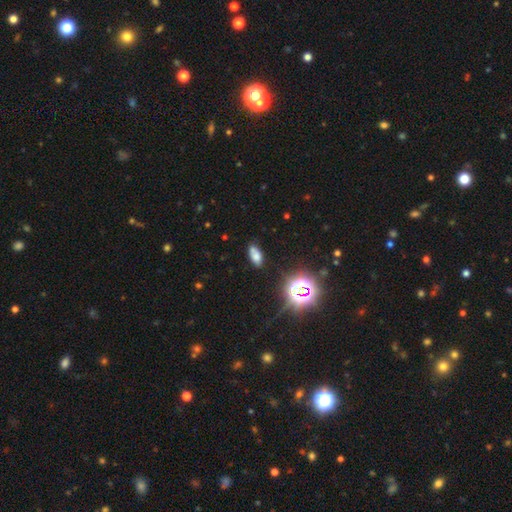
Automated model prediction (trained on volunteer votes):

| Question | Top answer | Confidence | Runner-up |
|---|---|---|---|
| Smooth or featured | smooth | 64% | star or artifact (22%) |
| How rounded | in between | 88% | cigar-shaped (6%) |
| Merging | none | 60% | minor disturbance (19%) |